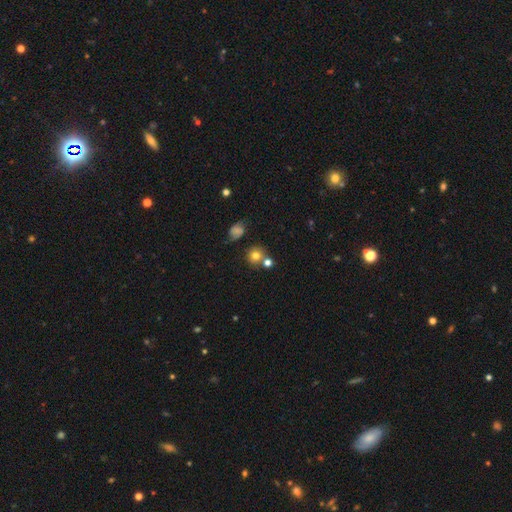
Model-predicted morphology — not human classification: Overall: smooth (75%). How rounded: round (88%). Merging: none (65%).